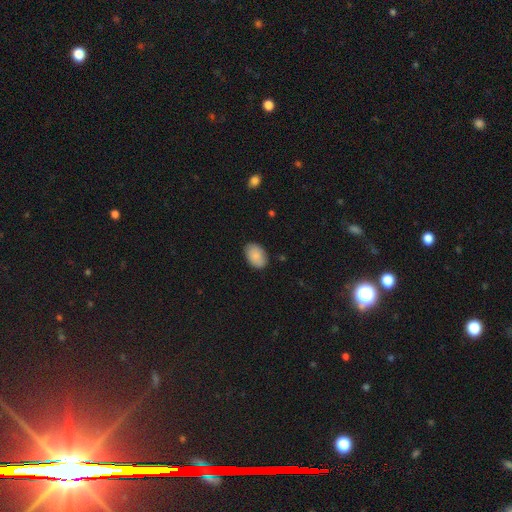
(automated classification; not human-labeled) Q: Smooth or featured?
A: smooth (88%); runner-up: star or artifact (7%)
Q: How rounded?
A: in between (89%); runner-up: round (10%)
Q: Merging?
A: none (86%); runner-up: minor disturbance (10%)